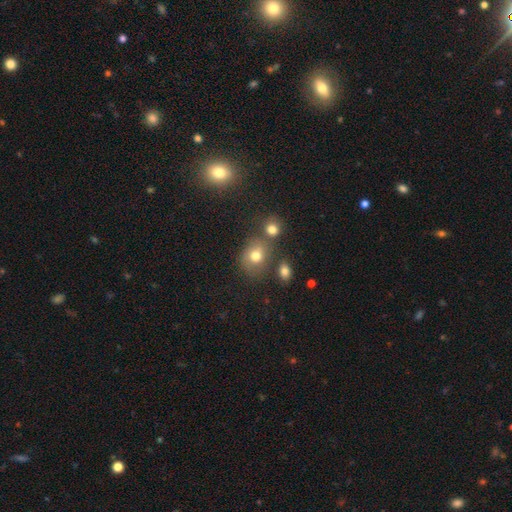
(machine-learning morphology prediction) This is likely a smooth galaxy (74%). How rounded: possibly round (56%). Merging: possibly none (60%).